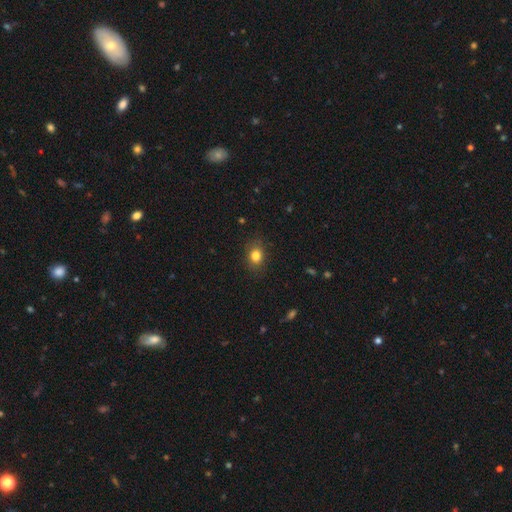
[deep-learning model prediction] smooth 82%, star or artifact 11%, featured or disk 7%. Down the decision tree: how rounded — in between (55%); merging — none (85%).